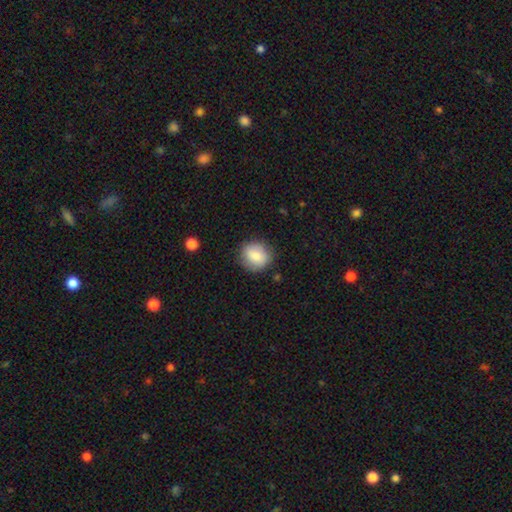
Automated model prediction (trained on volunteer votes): This is clearly a smooth galaxy (81%). How rounded: clearly round (81%). Merging: clearly none (82%).